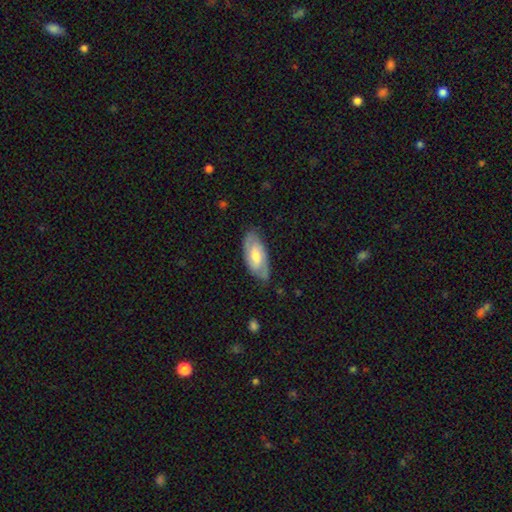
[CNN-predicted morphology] smooth_or_featured: featured or disk (p=0.53) [alt: smooth p=0.42]
disk_edge_on: no (p=0.89) [alt: yes p=0.11]
merging: none (p=0.74) [alt: minor disturbance p=0.20]